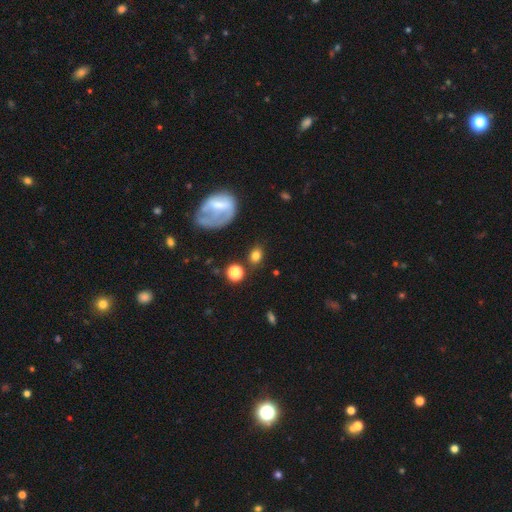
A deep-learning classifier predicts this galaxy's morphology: type=smooth (73%); roundness=in between (51%); merging=none (76%).